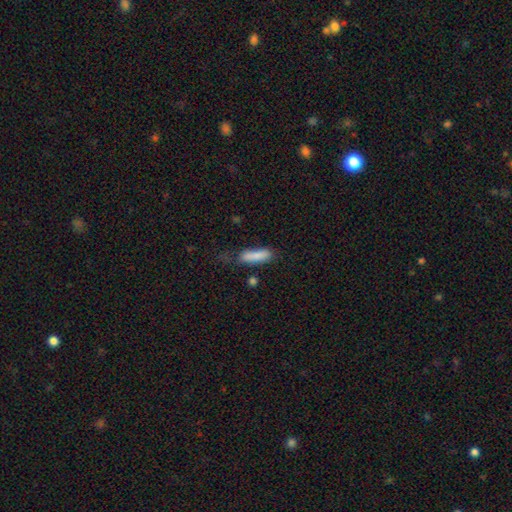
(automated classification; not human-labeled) Overall: smooth (84%). How rounded: cigar-shaped (56%; in between 42%). Merging: none (63%; minor disturbance 24%).